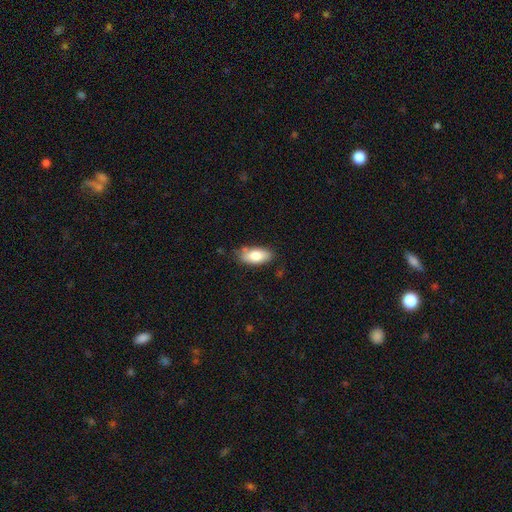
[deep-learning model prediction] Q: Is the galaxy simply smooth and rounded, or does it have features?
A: smooth — 80%.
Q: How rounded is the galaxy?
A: in between — 89%.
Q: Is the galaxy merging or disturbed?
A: none — 75%.